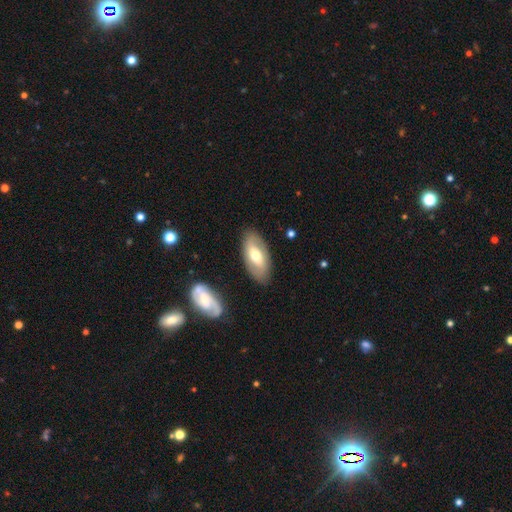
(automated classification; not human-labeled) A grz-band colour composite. It shows a smooth galaxy with no disk features (52%) that is in between round and cigar-shaped (90%). Merging: none (82%).